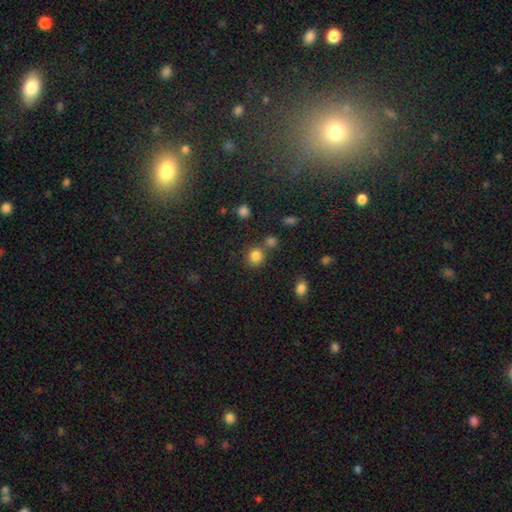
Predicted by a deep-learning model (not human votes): A smooth galaxy with no disk features (82%) that is round (86%). Merging: none (69%).